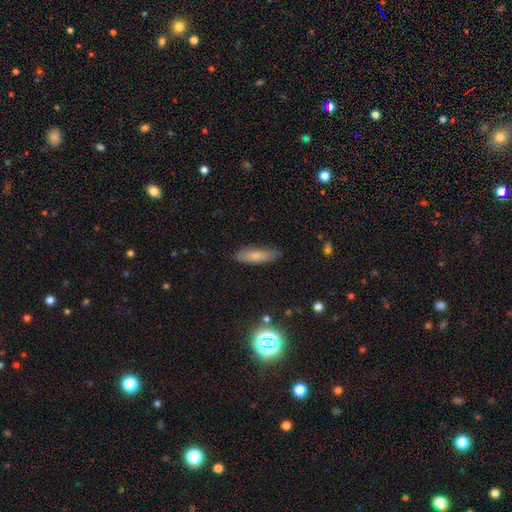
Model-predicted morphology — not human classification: Smooth or featured: smooth — 76% (featured or disk — 15%)
How rounded: cigar-shaped — 58% (in between — 40%)
Merging: none — 81% (minor disturbance — 14%)